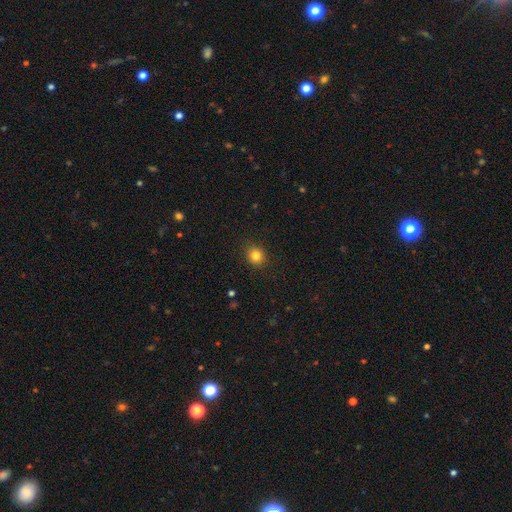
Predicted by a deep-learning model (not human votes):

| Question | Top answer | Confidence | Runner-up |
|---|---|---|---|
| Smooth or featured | smooth | 83% | star or artifact (12%) |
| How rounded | round | 79% | in between (20%) |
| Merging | none | 90% | minor disturbance (7%) |